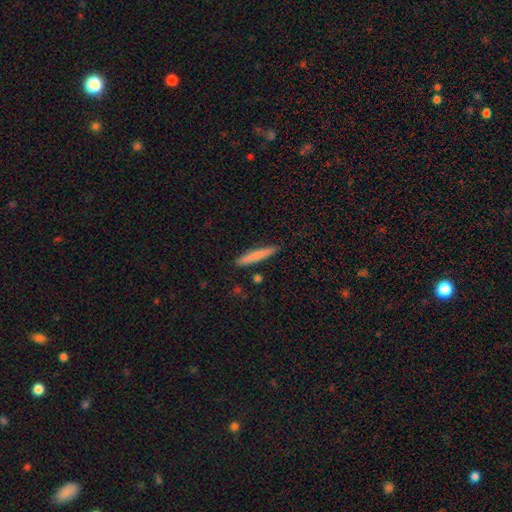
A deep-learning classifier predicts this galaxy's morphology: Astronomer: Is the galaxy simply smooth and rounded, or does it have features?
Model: smooth — 77%.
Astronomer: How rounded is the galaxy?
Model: cigar-shaped — 94%.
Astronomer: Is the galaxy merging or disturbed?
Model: none — 88%.